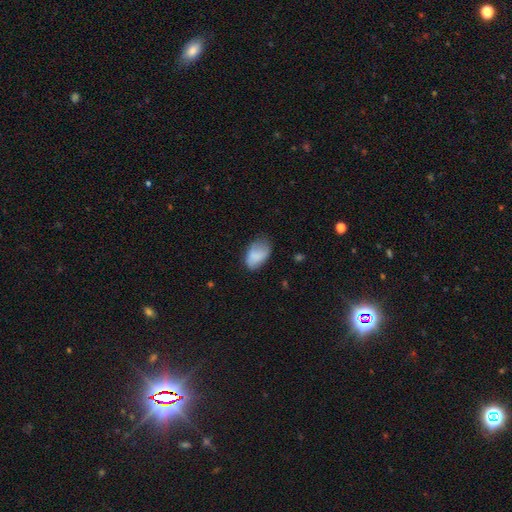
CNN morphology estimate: Q: Smooth or featured?
A: smooth (81%); runner-up: featured or disk (11%)
Q: How rounded?
A: in between (91%); runner-up: round (8%)
Q: Merging?
A: none (53%); runner-up: minor disturbance (33%)